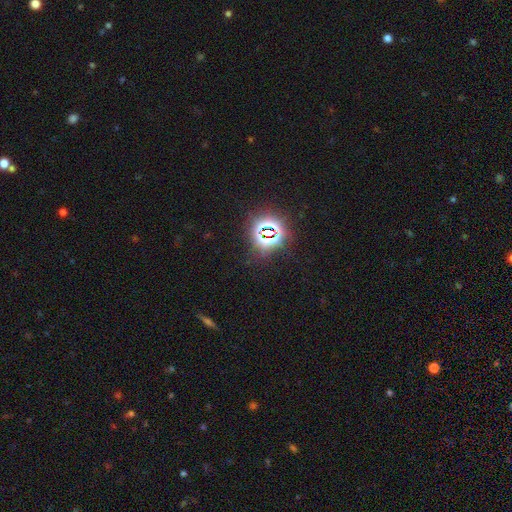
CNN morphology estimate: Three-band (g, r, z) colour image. It shows a star or artifact, not a galaxy (78%).